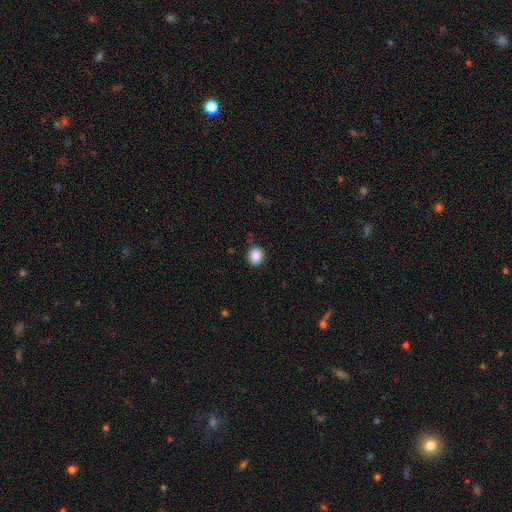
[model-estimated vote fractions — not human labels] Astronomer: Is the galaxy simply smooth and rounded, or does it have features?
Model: smooth — 87%.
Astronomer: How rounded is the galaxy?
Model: round — 71%.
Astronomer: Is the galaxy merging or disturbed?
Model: none — 83%.